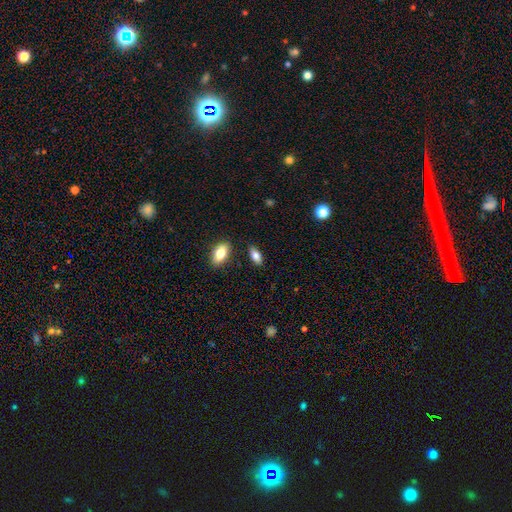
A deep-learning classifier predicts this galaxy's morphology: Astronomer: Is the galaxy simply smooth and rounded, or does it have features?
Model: smooth — 81%.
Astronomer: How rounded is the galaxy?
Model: in between — 86%.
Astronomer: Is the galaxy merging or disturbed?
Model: none — 83%.